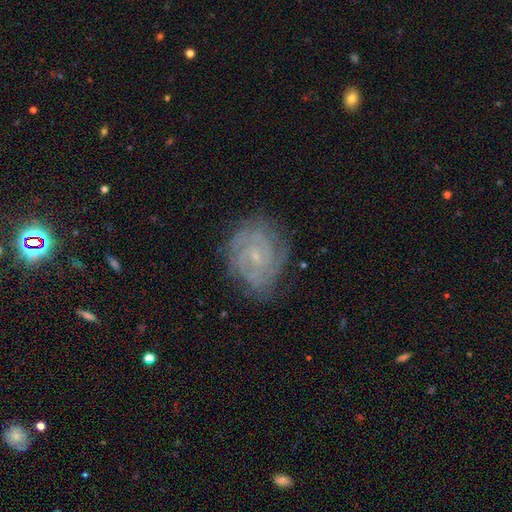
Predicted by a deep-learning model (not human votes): Overall: featured or disk (80%). Edge-on disk: no (97%). Bar: no (55%; weak 37%). Spiral arms: yes (96%). Spiral arm count: 2 (34%; can't tell 24%). Spiral winding: tight (70%). Bulge size: small (77%). Merging: none (78%).